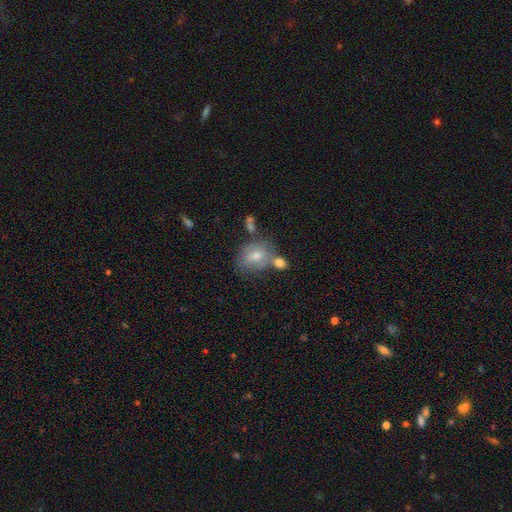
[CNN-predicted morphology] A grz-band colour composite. It shows a smooth galaxy with no disk features (63%) that is in between round and cigar-shaped (61%). Merging: none (44%).